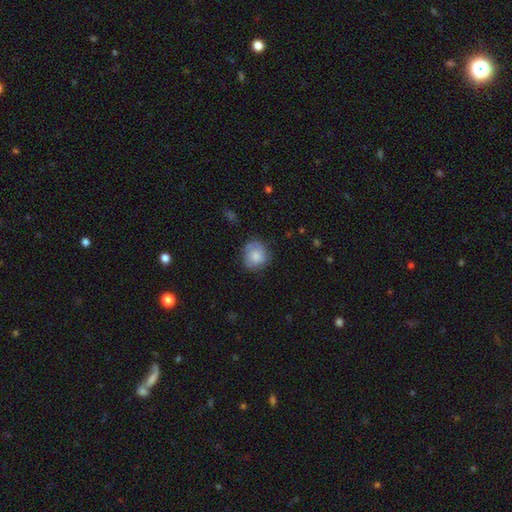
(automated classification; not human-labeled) smooth 70%, featured or disk 23%, star or artifact 7%. Down the decision tree: how rounded — round (80%); merging — none (71%).